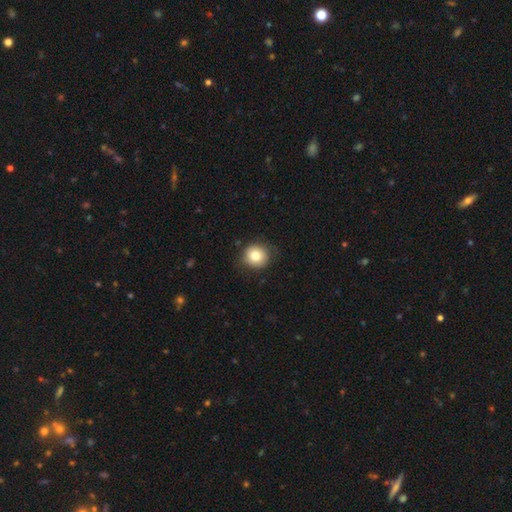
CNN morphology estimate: Smooth or featured? smooth (81%)
How rounded? round (90%)
Merging? none (81%)